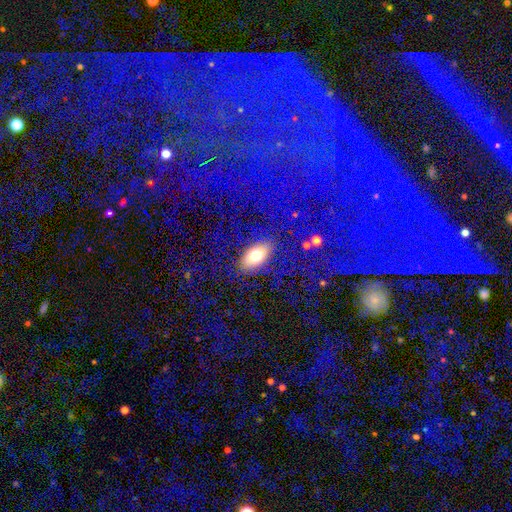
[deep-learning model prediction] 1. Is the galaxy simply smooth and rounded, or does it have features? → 70% smooth, 20% featured or disk, 9% star or artifact.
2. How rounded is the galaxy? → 88% in between, 7% cigar-shaped, 5% round.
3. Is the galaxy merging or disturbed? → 82% none, 12% minor disturbance, 5% major disturbance, 2% merger.